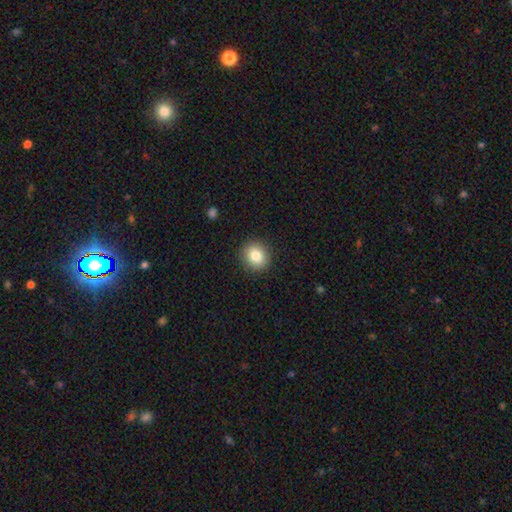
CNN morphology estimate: smooth 82%, star or artifact 9%, featured or disk 8%. Down the decision tree: how rounded — round (76%); merging — none (90%).